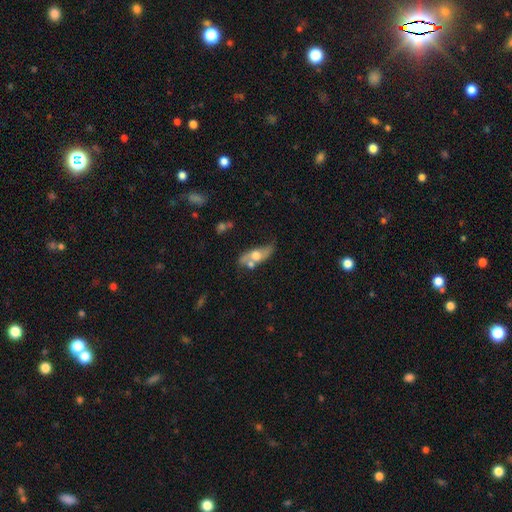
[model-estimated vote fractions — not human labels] Smooth or featured?
  - featured or disk: 52% *
  - smooth: 42%
  - star or artifact: 7%
Edge-on disk?
  - no: 70% *
  - yes: 30%
Merging?
  - none: 48% *
  - minor disturbance: 22%
  - merger: 22%
  - major disturbance: 8%